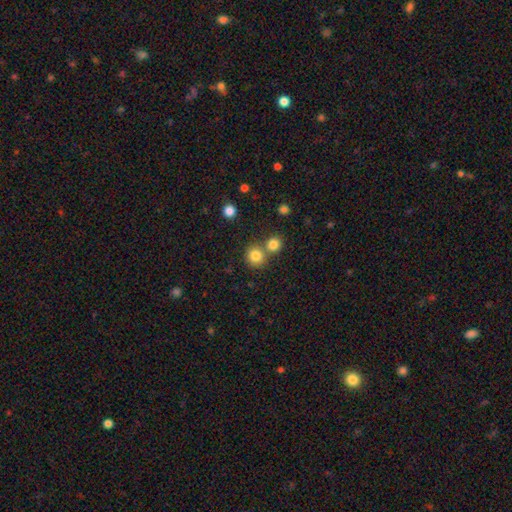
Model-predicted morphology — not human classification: Smooth or featured?
  - smooth: 82% *
  - star or artifact: 12%
  - featured or disk: 6%
How rounded?
  - round: 90% *
  - in between: 9%
  - cigar-shaped: 1%
Merging?
  - none: 64% *
  - merger: 27%
  - minor disturbance: 6%
  - major disturbance: 2%